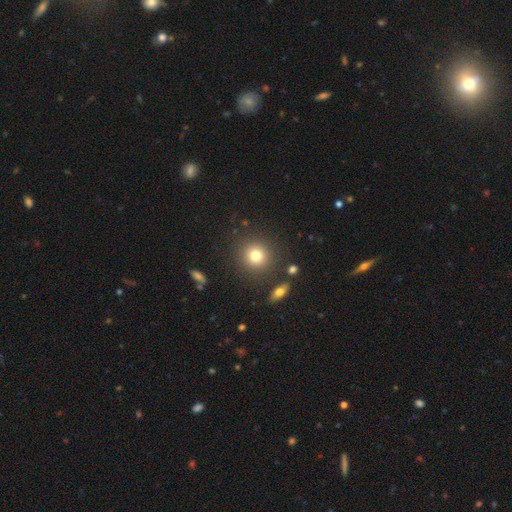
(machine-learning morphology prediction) smooth-or-featured: smooth: 79% | star or artifact: 12% | featured or disk: 9%
  how-rounded: round: 91% | in between: 8% | cigar-shaped: 1%
  merging: none: 87% | minor disturbance: 7% | merger: 3% | major disturbance: 3%